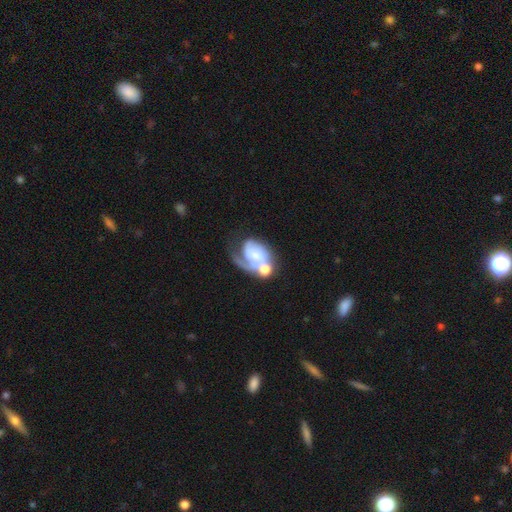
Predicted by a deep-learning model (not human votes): This is likely a featured or disk galaxy (71%). It is clearly not viewed edge-on (98%). Bar: likely no (69%). Spiral arm pattern: clearly yes (83%). Spiral arm count: possibly 1 (57%). Spiral winding: marginally medium (38%). Central bulge: possibly small (48%). Merging: marginally merger (30%).